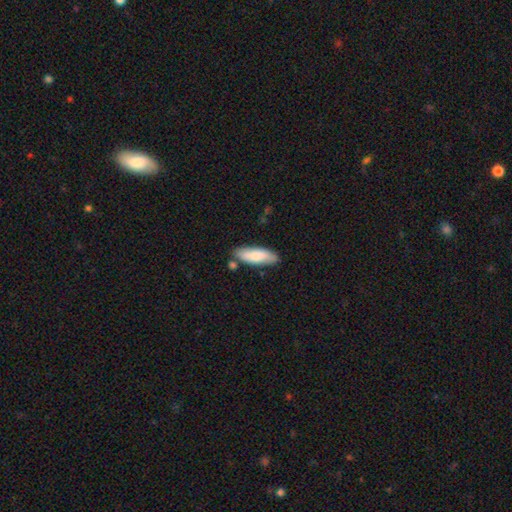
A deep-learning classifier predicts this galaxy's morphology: smooth 76%, featured or disk 18%, star or artifact 6%. Down the decision tree: how rounded — in between (58%); merging — none (76%).